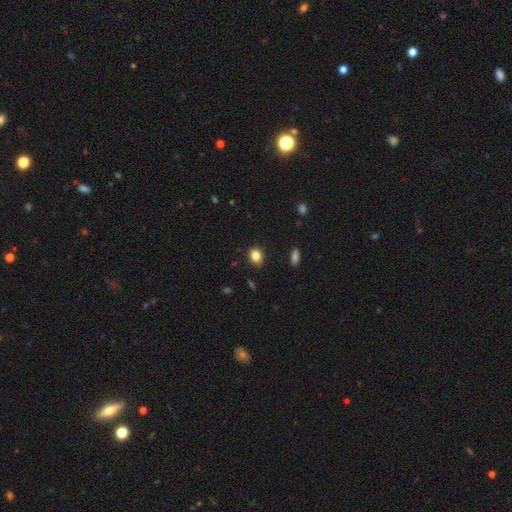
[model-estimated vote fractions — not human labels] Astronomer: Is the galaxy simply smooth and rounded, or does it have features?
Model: smooth — 84%.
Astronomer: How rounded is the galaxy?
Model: round — 51% (runner-up: in between, 47%).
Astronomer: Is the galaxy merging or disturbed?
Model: none — 84%.